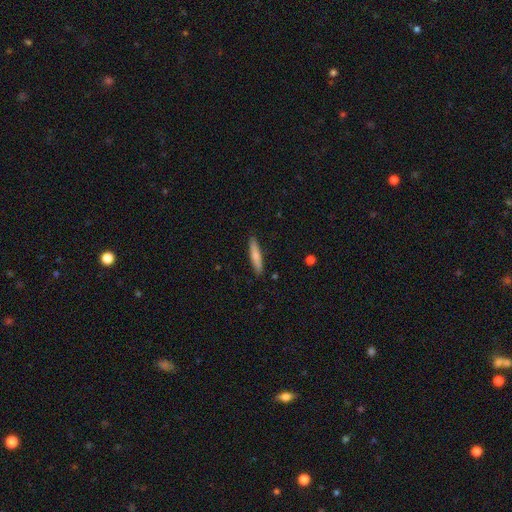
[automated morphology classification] smooth 72%, featured or disk 22%, star or artifact 6%. Down the decision tree: how rounded — cigar-shaped (90%); merging — none (90%).